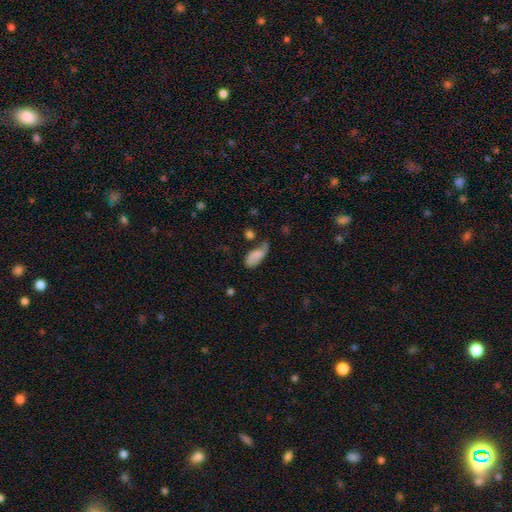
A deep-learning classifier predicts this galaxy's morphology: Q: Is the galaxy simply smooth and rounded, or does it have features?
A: smooth — 66%.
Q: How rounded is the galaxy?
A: in between — 88%.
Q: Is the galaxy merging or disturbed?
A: none — 37%.